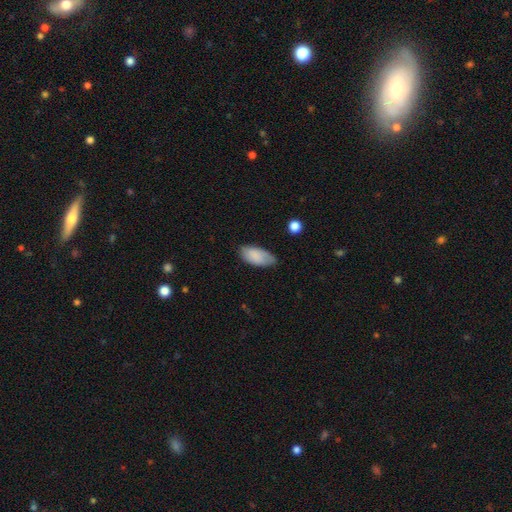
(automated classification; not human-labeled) A smooth galaxy with no disk features (83%) that is in between round and cigar-shaped (93%). Merging: none (68%).